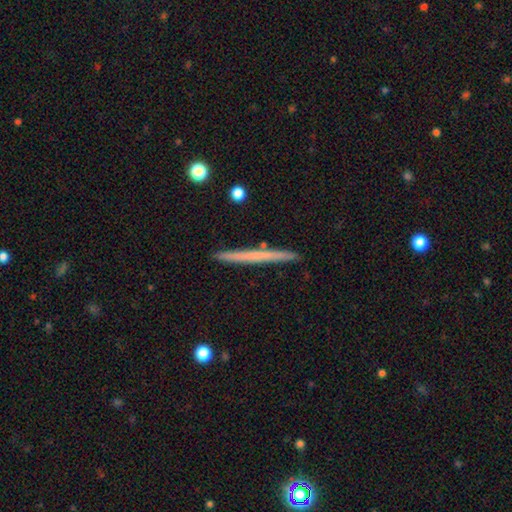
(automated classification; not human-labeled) Morphology: type=smooth (51%); roundness=cigar-shaped (97%); merging=none (92%).